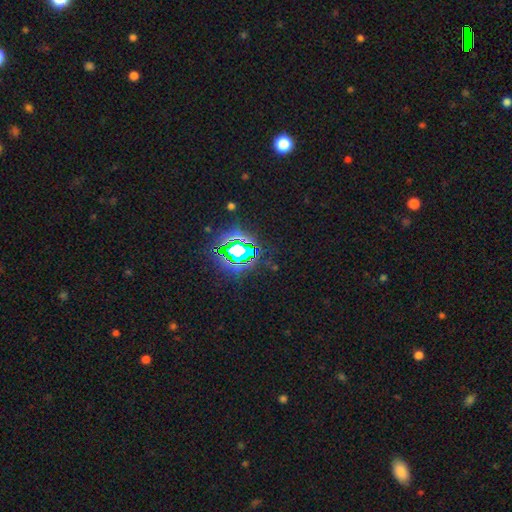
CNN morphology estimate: Overall: star or artifact (84%).